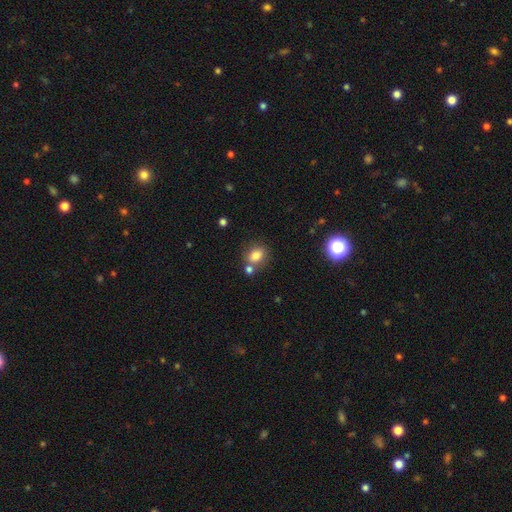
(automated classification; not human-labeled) The model was most divided on "how rounded": in between: 61%, round: 37%, cigar-shaped: 2%. More confident: smooth or featured — smooth (81%); merging — none (60%).